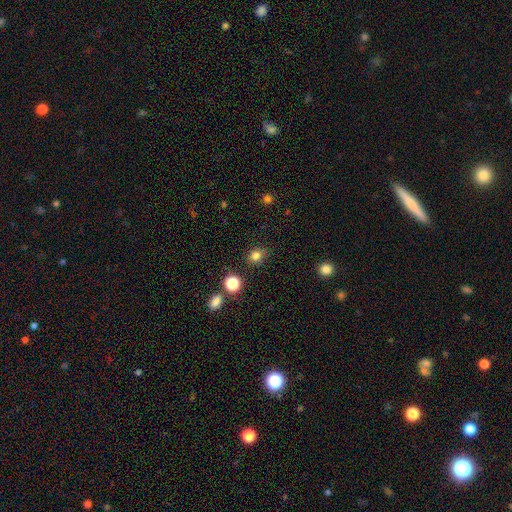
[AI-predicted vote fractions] A smooth galaxy with no disk features (80%) that is round (60%). Merging: none (81%).